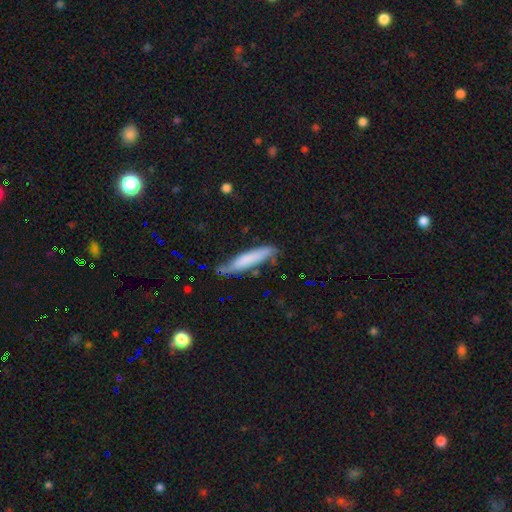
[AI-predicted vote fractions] The model was most divided on "smooth or featured": smooth: 65%, featured or disk: 27%, star or artifact: 8%. More confident: how rounded — cigar-shaped (83%); merging — none (63%).